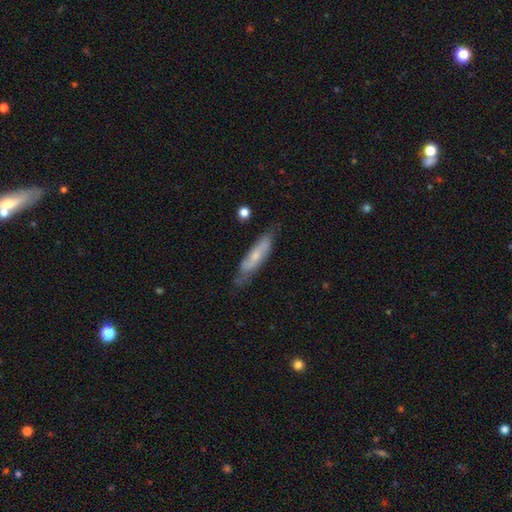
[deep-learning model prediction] Smooth or featured?
  - featured or disk: 53% *
  - smooth: 41%
  - star or artifact: 7%
Edge-on disk?
  - no: 60% *
  - yes: 40%
Merging?
  - none: 72% *
  - minor disturbance: 21%
  - major disturbance: 5%
  - merger: 2%